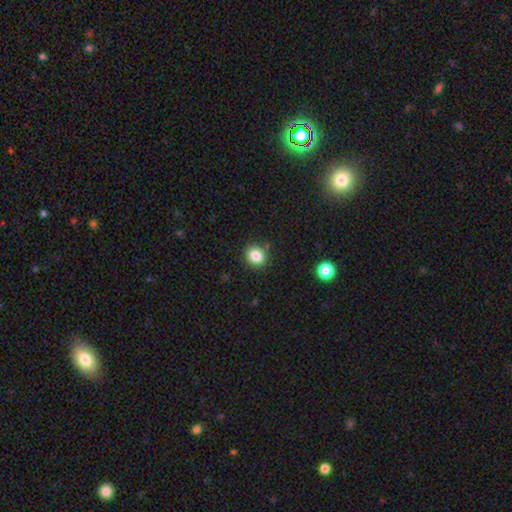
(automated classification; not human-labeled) Q: Smooth or featured?
A: smooth (84%); runner-up: star or artifact (11%)
Q: How rounded?
A: round (63%); runner-up: in between (37%)
Q: Merging?
A: none (87%); runner-up: minor disturbance (8%)